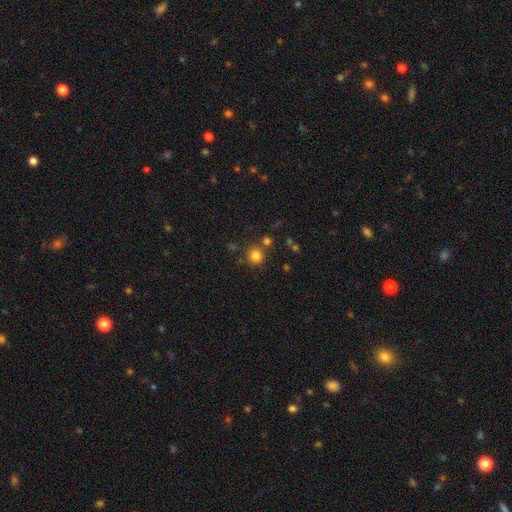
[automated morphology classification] Smooth or featured? smooth (82%)
How rounded? round (92%)
Merging? none (76%)